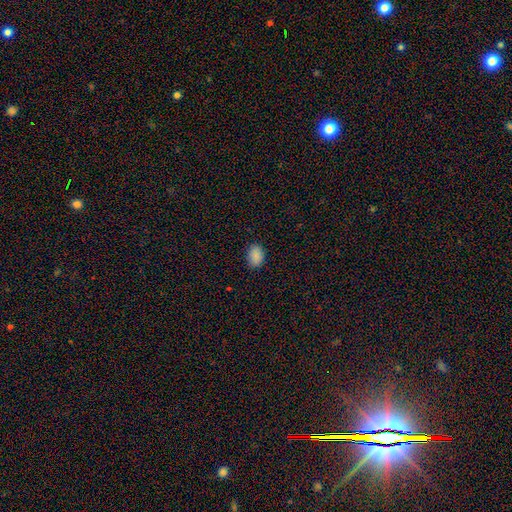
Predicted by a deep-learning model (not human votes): smooth-or-featured: smooth: 89% | star or artifact: 8% | featured or disk: 3%
  how-rounded: in between: 82% | round: 17% | cigar-shaped: 1%
  merging: none: 87% | minor disturbance: 10% | major disturbance: 2% | merger: 1%